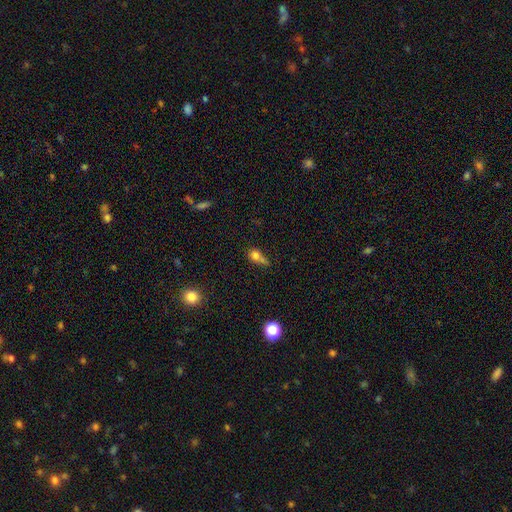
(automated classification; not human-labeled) Morphology: type=smooth (74%); roundness=round (60%); merging=merger (46%).